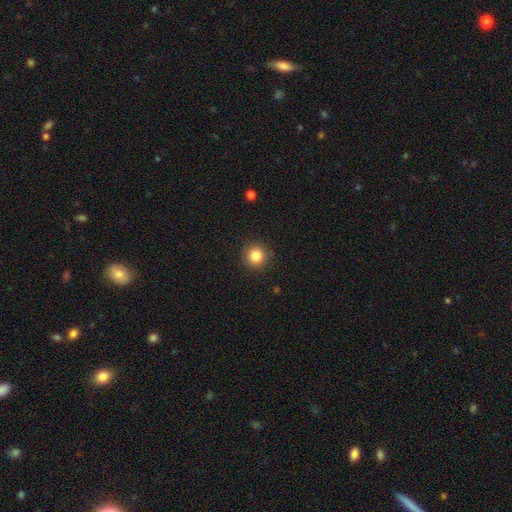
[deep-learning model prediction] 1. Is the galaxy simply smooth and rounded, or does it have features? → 85% smooth, 10% star or artifact, 5% featured or disk.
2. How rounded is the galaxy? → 94% round, 5% in between, 1% cigar-shaped.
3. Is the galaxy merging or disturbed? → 90% none, 7% minor disturbance, 2% major disturbance, 1% merger.